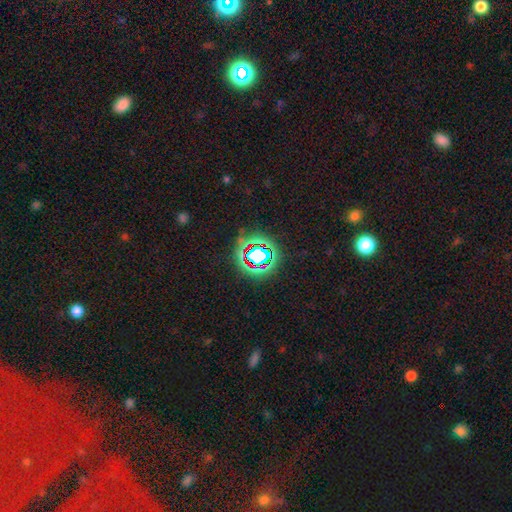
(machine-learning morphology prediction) smooth_or_featured: star or artifact (p=0.64) [alt: smooth p=0.23]